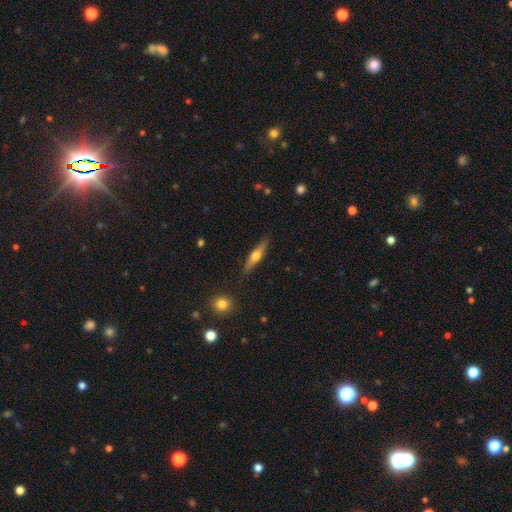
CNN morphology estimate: smooth-or-featured: featured or disk: 52% | smooth: 42% | star or artifact: 6%
  disk-edge-on: yes: 93% | no: 7%
  merging: none: 87% | minor disturbance: 10% | major disturbance: 2% | merger: 2%